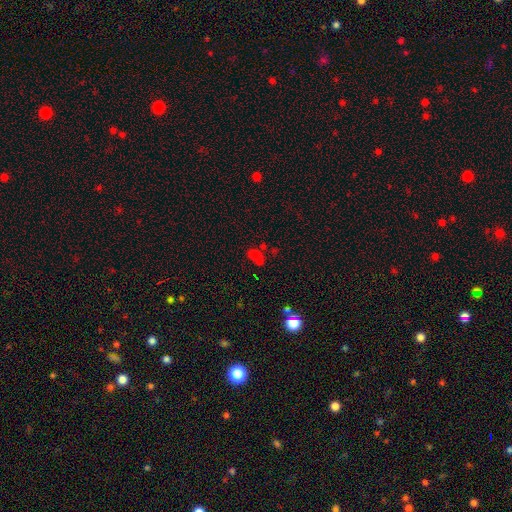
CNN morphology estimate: Smooth or featured?
  - smooth: 54% *
  - star or artifact: 31%
  - featured or disk: 14%
How rounded?
  - round: 52% *
  - in between: 46%
  - cigar-shaped: 2%
Merging?
  - none: 41% * (tied)
  - merger: 41% * (tied)
  - minor disturbance: 11%
  - major disturbance: 8%